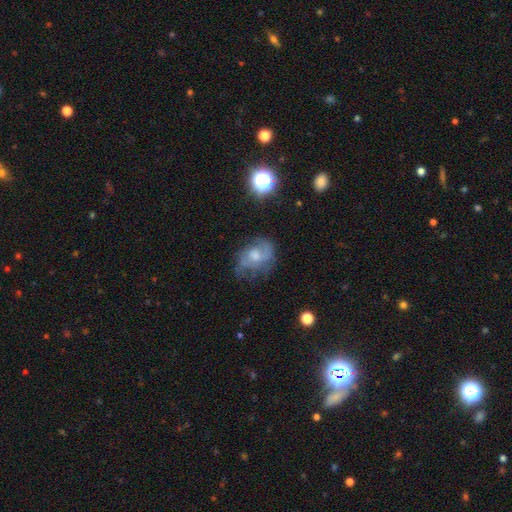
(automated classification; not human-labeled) This appears to be a featured or disk galaxy (60%) with no bar (66%), spiral arms (76%) and a moderate central bulge (50%). Merging: none (48%).